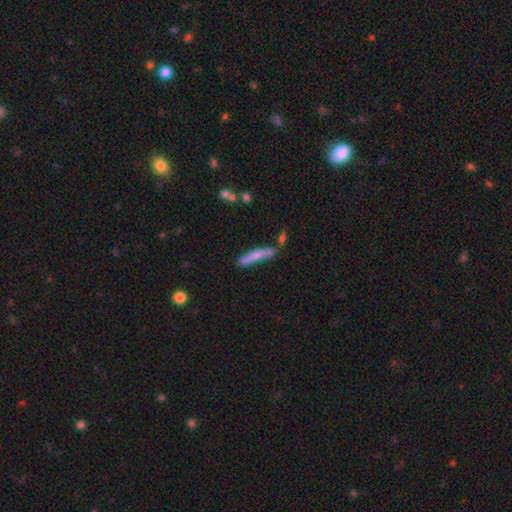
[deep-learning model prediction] smooth-or-featured: smooth: 58% | featured or disk: 36% | star or artifact: 6%
  how-rounded: cigar-shaped: 90% | in between: 8% | round: 2%
  merging: none: 61% | minor disturbance: 22% | merger: 11% | major disturbance: 6%